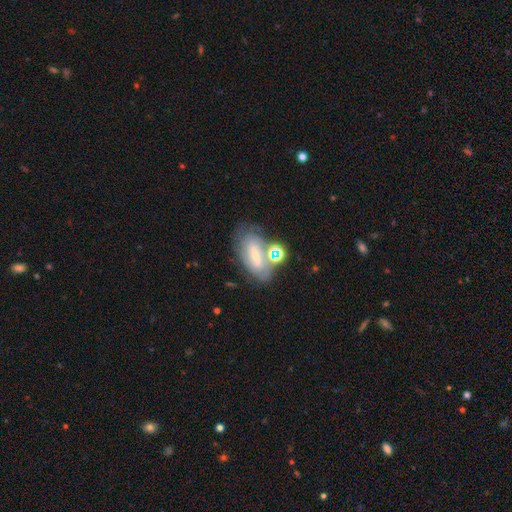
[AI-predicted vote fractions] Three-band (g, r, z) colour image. It shows a featured or disk galaxy (56%). Merging: none (50%).